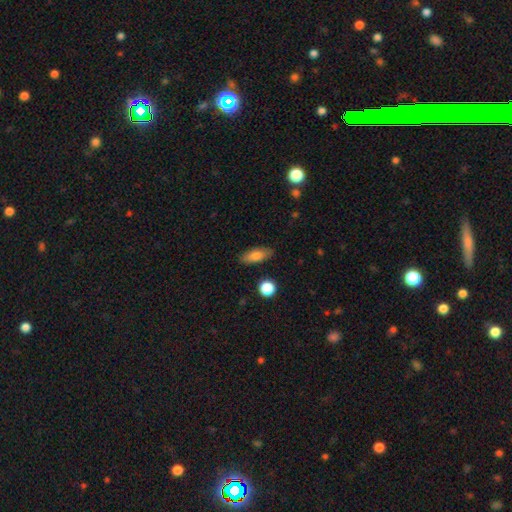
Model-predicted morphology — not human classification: Overall: smooth (79%). How rounded: in between (75%). Merging: none (85%).